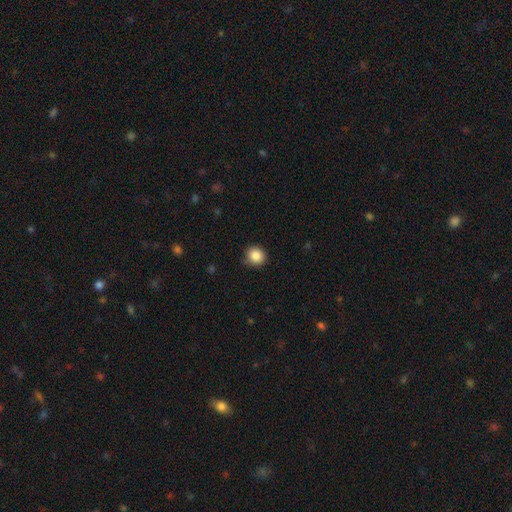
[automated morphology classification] smooth 87%, star or artifact 10%, featured or disk 4%. Down the decision tree: how rounded — round (89%); merging — none (85%).